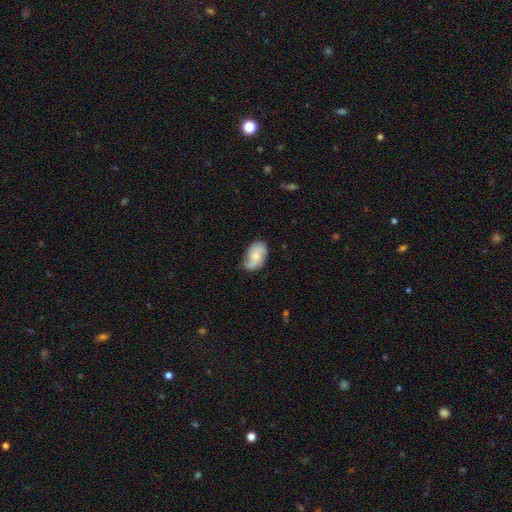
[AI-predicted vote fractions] Morphology: type=featured or disk (48%); merging=none (59%).